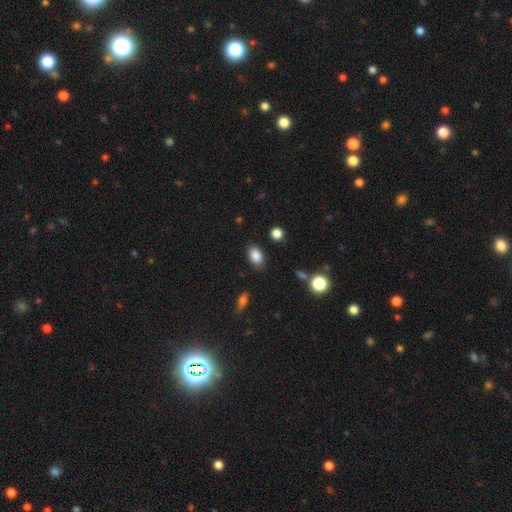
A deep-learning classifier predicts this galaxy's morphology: This appears to be a smooth galaxy with no disk features (87%) that is in between round and cigar-shaped (83%). Merging: none (82%).